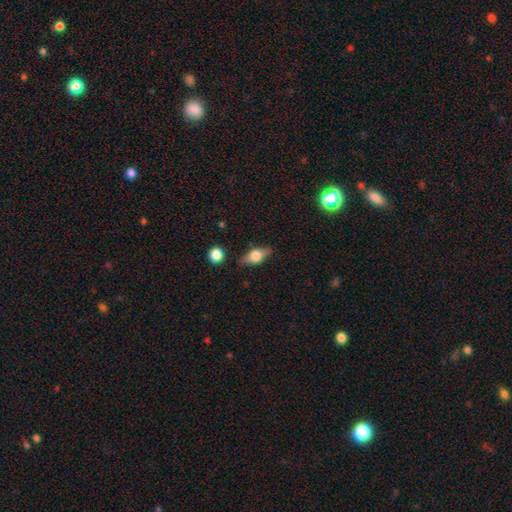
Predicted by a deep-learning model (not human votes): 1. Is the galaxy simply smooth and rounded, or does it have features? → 59% smooth, 33% featured or disk, 8% star or artifact.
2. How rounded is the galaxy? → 75% in between, 17% cigar-shaped, 8% round.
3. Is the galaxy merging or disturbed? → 80% none, 13% minor disturbance, 4% major disturbance, 3% merger.